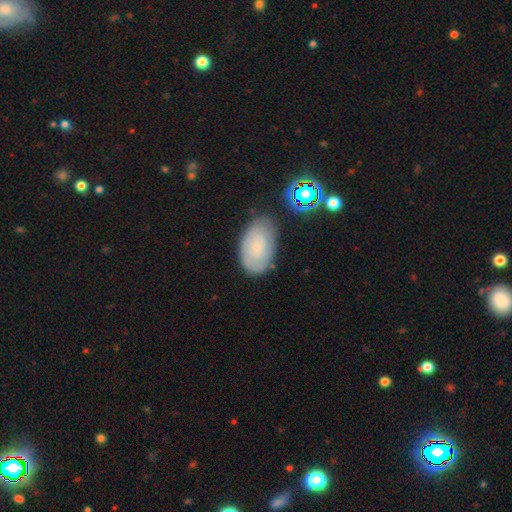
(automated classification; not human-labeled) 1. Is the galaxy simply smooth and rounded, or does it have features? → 56% smooth, 36% featured or disk, 8% star or artifact.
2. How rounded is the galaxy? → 91% in between, 8% round, 1% cigar-shaped.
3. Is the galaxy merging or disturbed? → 69% none, 21% minor disturbance, 6% major disturbance, 4% merger.